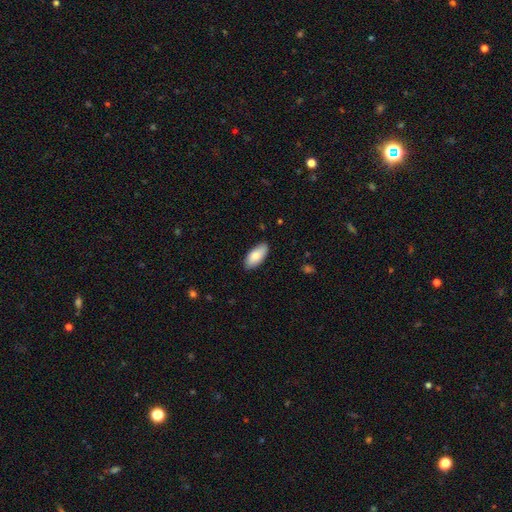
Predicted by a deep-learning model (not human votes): Smooth or featured? Predicted: smooth (p=0.83). How rounded? Predicted: in between (p=0.91). Merging? Predicted: none (p=0.86).